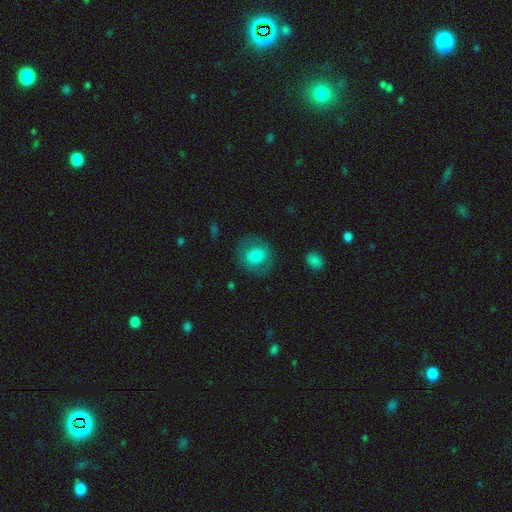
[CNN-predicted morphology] smooth_or_featured: smooth (p=0.71) [alt: featured or disk p=0.22]
how_rounded: round (p=0.85) [alt: in between p=0.14]
merging: none (p=0.82) [alt: minor disturbance p=0.11]